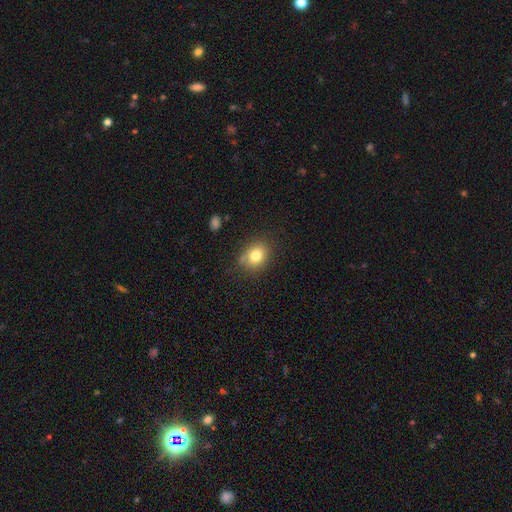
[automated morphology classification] The model was most divided on "how rounded": round: 55%, in between: 43%, cigar-shaped: 1%. More confident: smooth or featured — smooth (79%); merging — none (74%).